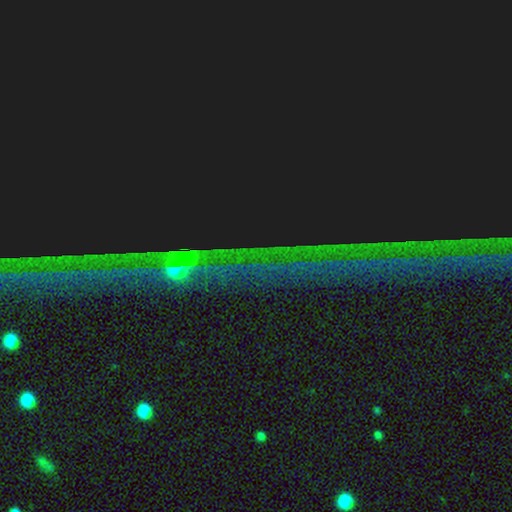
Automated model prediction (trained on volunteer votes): The model was most divided on "smooth or featured": star or artifact: 86%, featured or disk: 7%, smooth: 6%.